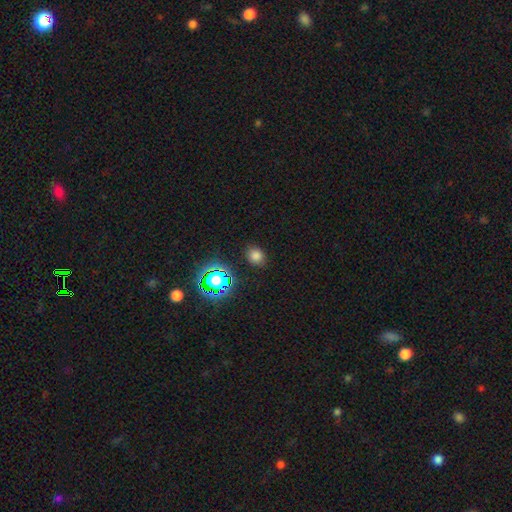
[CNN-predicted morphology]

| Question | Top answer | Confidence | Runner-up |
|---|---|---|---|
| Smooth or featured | smooth | 74% | star or artifact (21%) |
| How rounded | round | 58% | in between (41%) |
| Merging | none | 86% | minor disturbance (10%) |